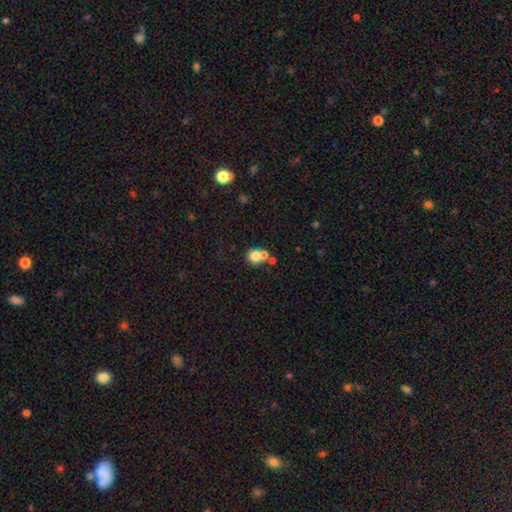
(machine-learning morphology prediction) Smooth or featured: smooth — 77% (featured or disk — 12%)
How rounded: round — 85% (in between — 14%)
Merging: none — 45% (merger — 44%)